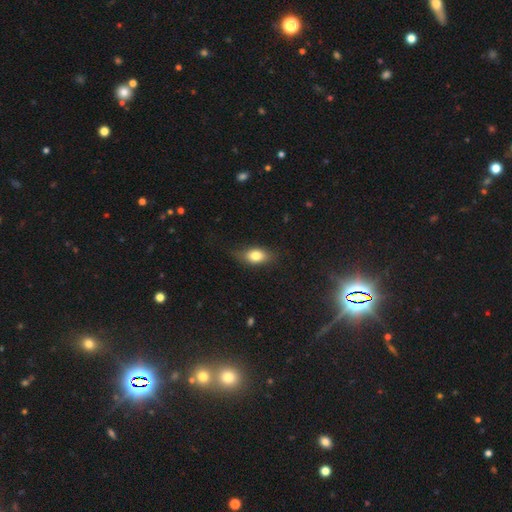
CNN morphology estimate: A smooth galaxy with no disk features (78%) that is in between round and cigar-shaped (83%).

Vote fractions:
- Smooth or featured? smooth: 78% / featured or disk: 14% / star or artifact: 8%
- How rounded? in between: 83% / round: 10% / cigar-shaped: 6%
- Merging? none: 72% / minor disturbance: 21% / major disturbance: 5% / merger: 1%